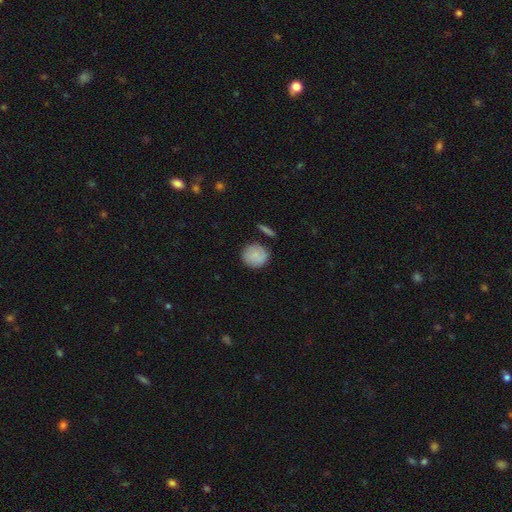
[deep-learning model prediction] Smooth or featured: smooth — 85% (featured or disk — 8%)
How rounded: round — 89% (in between — 10%)
Merging: none — 80% (minor disturbance — 13%)